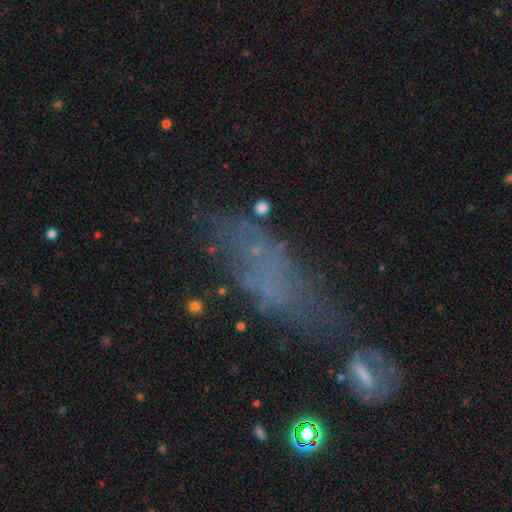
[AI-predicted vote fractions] Morphology: type=smooth (42%); merging=none (39%).